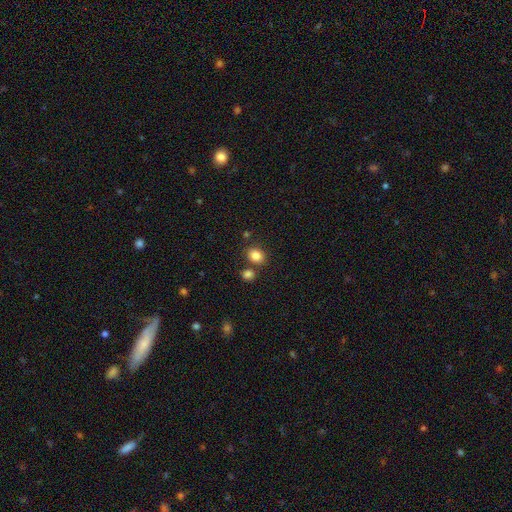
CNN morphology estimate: A smooth galaxy with no disk features (85%) that is round (55%).

Vote fractions:
- Smooth or featured? smooth: 85% / star or artifact: 11% / featured or disk: 5%
- How rounded? round: 55% / in between: 44% / cigar-shaped: 1%
- Merging? none: 73% / merger: 15% / minor disturbance: 10% / major disturbance: 3%